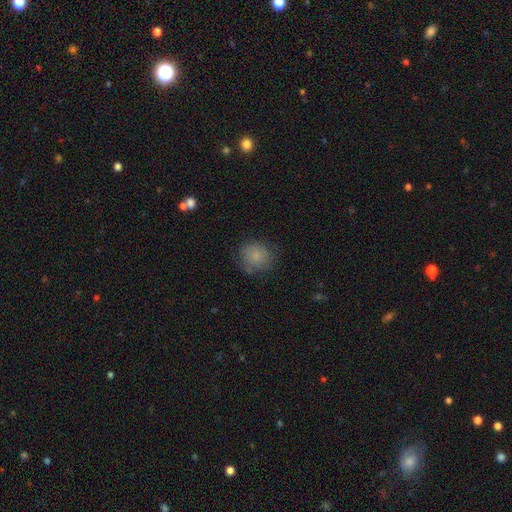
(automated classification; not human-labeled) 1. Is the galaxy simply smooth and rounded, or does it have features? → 81% smooth, 10% featured or disk, 9% star or artifact.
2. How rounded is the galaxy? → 87% round, 12% in between, 1% cigar-shaped.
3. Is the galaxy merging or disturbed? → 74% none, 18% minor disturbance, 6% major disturbance, 2% merger.